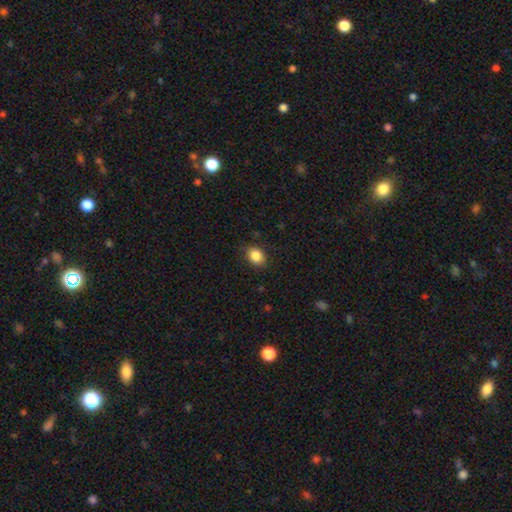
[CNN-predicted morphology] Smooth or featured? smooth (86%)
How rounded? in between (62%)
Merging? none (86%)